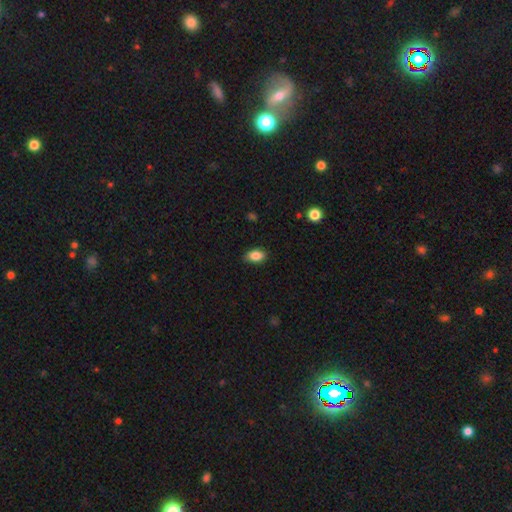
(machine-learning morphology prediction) Overall: smooth (87%). How rounded: in between (88%). Merging: none (85%).